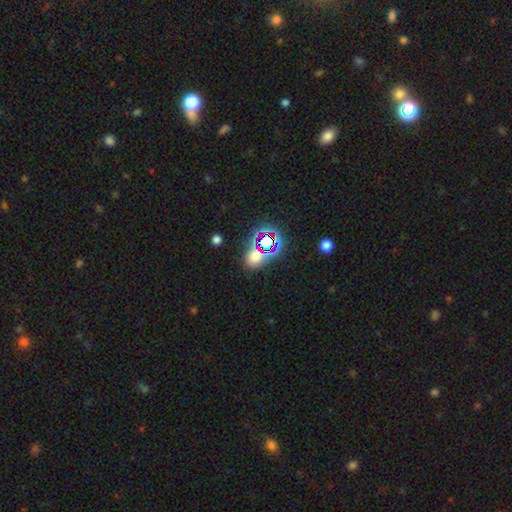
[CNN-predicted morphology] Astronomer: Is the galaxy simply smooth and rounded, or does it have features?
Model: smooth — 50% (runner-up: star or artifact, 40%).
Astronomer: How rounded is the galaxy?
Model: round — 54% (runner-up: in between, 44%).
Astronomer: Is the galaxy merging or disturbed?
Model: none — 68%.